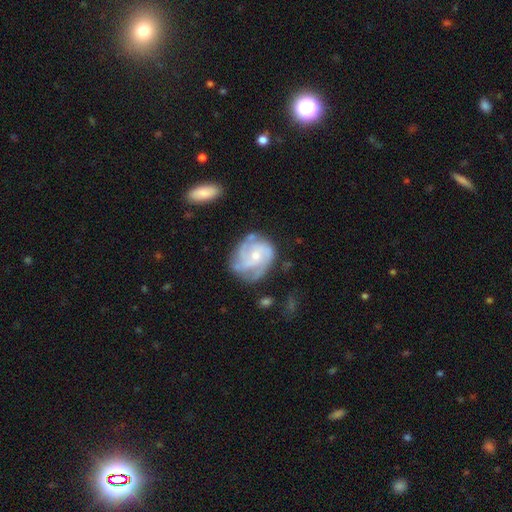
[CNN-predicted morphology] smooth_or_featured: featured or disk (p=0.81) [alt: smooth p=0.13]
disk_edge_on: no (p=0.98) [alt: yes p=0.02]
bar: no (p=0.70) [alt: weak p=0.26]
has_spiral_arms: yes (p=0.94) [alt: no p=0.06]
spiral_winding: tight (p=0.46) [alt: medium p=0.42]
spiral_arm_count: 3 (p=0.40) [alt: can't tell p=0.20]
bulge_size: small (p=0.59) [alt: moderate p=0.37]
merging: none (p=0.64) [alt: minor disturbance p=0.23]